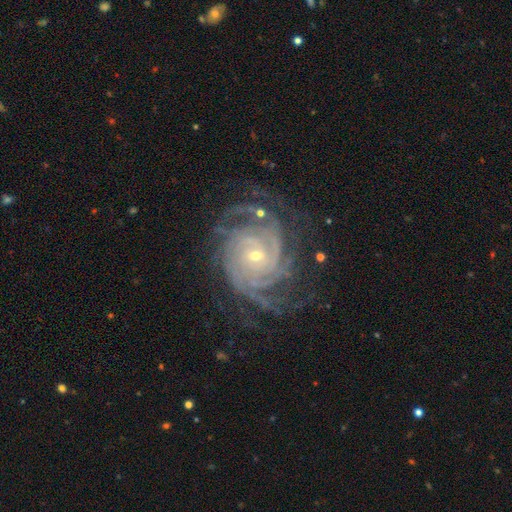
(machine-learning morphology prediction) Q: Smooth or featured?
A: featured or disk (91%); runner-up: star or artifact (6%)
Q: Edge-on disk?
A: no (97%); runner-up: yes (3%)
Q: Bar?
A: no (61%); runner-up: weak (28%)
Q: Spiral arms?
A: yes (98%); runner-up: no (2%)
Q: Spiral winding?
A: tight (73%); runner-up: medium (23%)
Q: Spiral arm count?
A: 4 (26%); runner-up: can't tell (19%)
Q: Bulge size?
A: small (73%); runner-up: moderate (23%)
Q: Merging?
A: none (72%); runner-up: minor disturbance (17%)